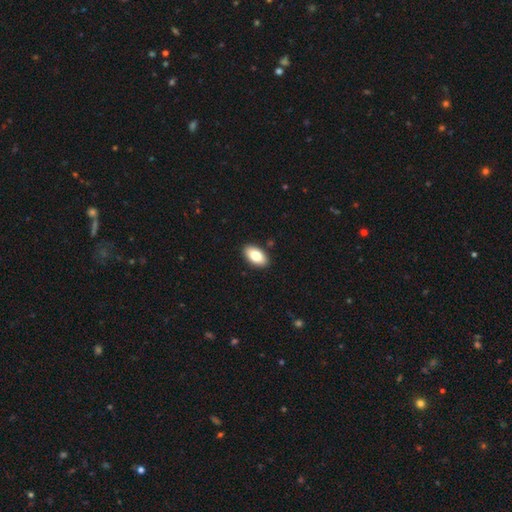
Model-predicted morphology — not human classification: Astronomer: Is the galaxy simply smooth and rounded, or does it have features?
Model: smooth — 81%.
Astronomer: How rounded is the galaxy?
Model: in between — 94%.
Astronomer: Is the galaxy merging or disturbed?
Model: none — 90%.